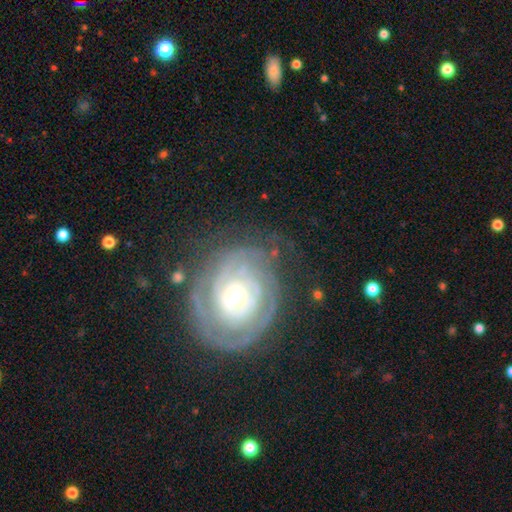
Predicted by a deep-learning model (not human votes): Q: Smooth or featured?
A: featured or disk (83%); runner-up: smooth (10%)
Q: Edge-on disk?
A: no (97%); runner-up: yes (3%)
Q: Bar?
A: no (70%); runner-up: weak (21%)
Q: Spiral arms?
A: yes (90%); runner-up: no (10%)
Q: Spiral winding?
A: tight (82%); runner-up: medium (14%)
Q: Spiral arm count?
A: can't tell (36%); runner-up: 2 (30%)
Q: Bulge size?
A: moderate (49%); runner-up: small (45%)
Q: Merging?
A: none (74%); runner-up: minor disturbance (16%)